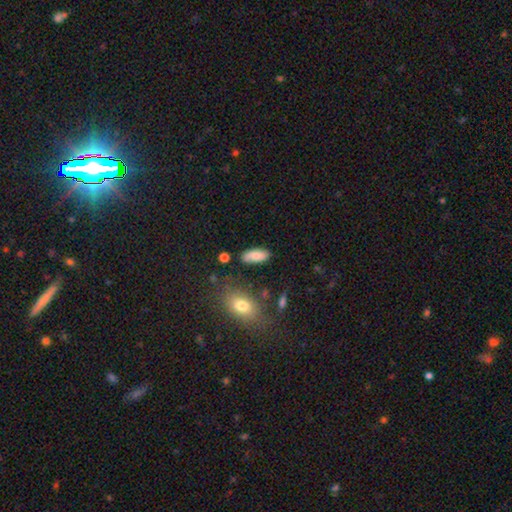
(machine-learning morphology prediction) Smooth or featured? Predicted: smooth (p=0.80). How rounded? Predicted: in between (p=0.84). Merging? Predicted: none (p=0.78).